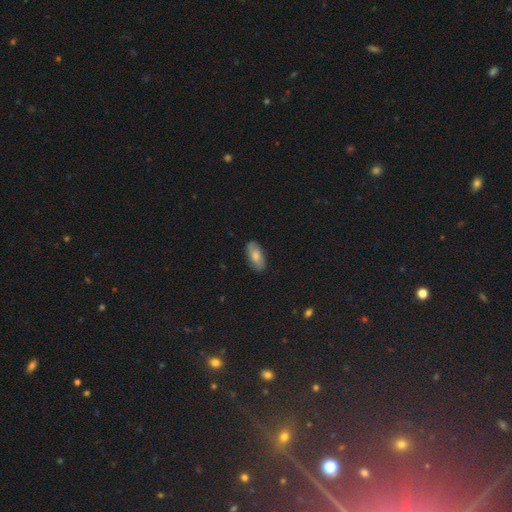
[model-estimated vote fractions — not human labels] Smooth or featured?
  - smooth: 70% *
  - featured or disk: 23%
  - star or artifact: 7%
How rounded?
  - in between: 89% *
  - cigar-shaped: 9%
  - round: 3%
Merging?
  - none: 84% *
  - minor disturbance: 13%
  - major disturbance: 2%
  - merger: 1%